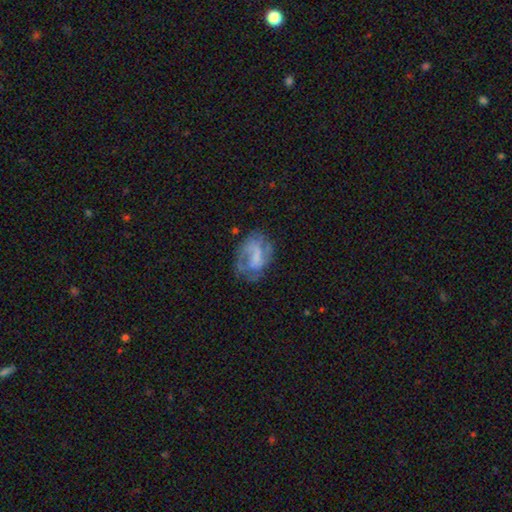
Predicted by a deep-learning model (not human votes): Smooth or featured: featured or disk — 63% (smooth — 28%)
Edge-on disk: no — 97% (yes — 3%)
Bar: weak — 44% (no — 37%)
Spiral arms: yes — 67% (no — 33%)
Bulge size: none — 48% (small — 24%)
Merging: none — 52% (minor disturbance — 24%)